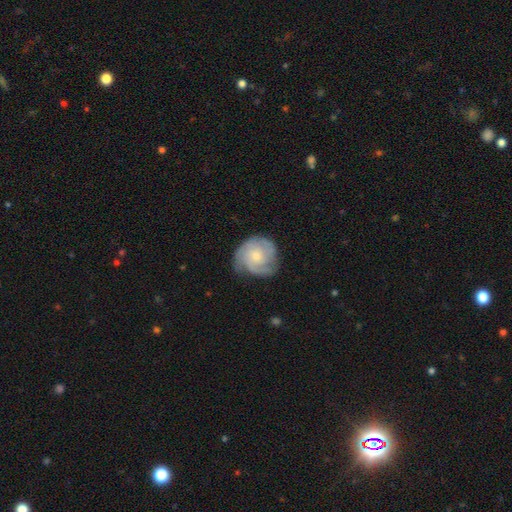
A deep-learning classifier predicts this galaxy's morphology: Overall: featured or disk (74%). Edge-on disk: no (98%). Bar: no (74%). Spiral arms: yes (94%). Spiral arm count: 3 (41%; can't tell 23%). Spiral winding: tight (58%; medium 34%). Bulge size: small (56%; moderate 37%). Merging: none (69%).